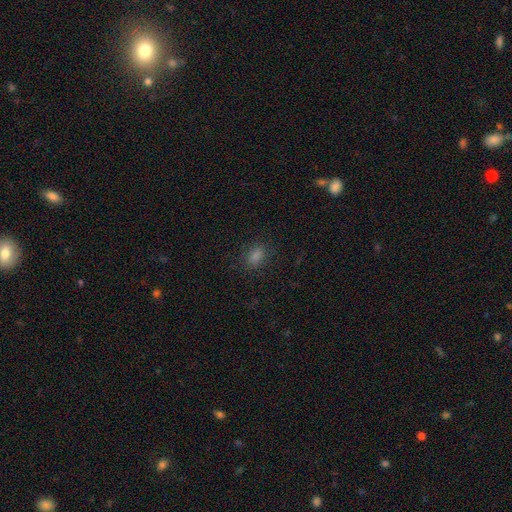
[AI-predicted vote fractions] smooth-or-featured: smooth: 78% | star or artifact: 18% | featured or disk: 5%
  how-rounded: in between: 69% | round: 29% | cigar-shaped: 2%
  merging: none: 86% | minor disturbance: 9% | major disturbance: 3% | merger: 1%